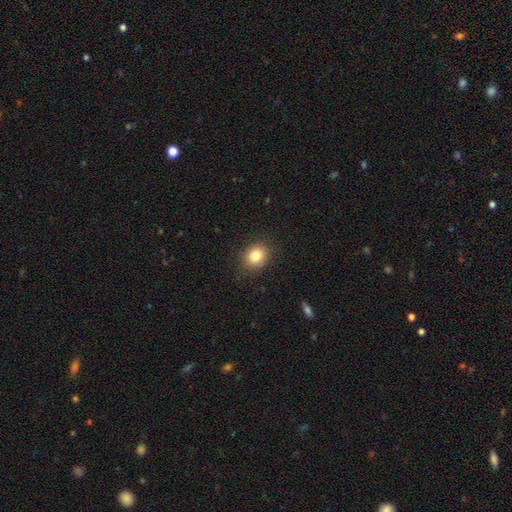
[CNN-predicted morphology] smooth 82%, star or artifact 10%, featured or disk 7%. Down the decision tree: how rounded — round (62%); merging — none (87%).